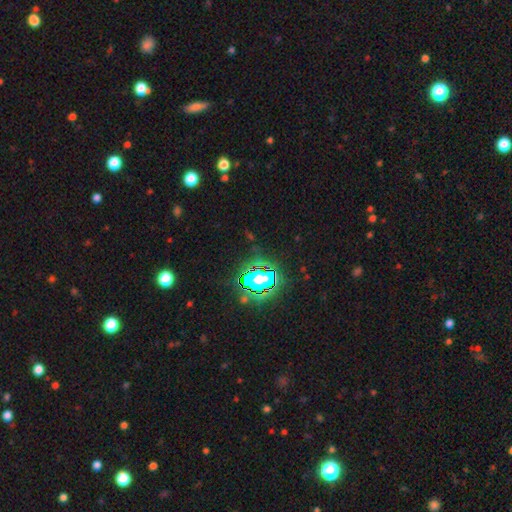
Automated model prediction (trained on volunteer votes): Smooth or featured? Predicted: star or artifact (p=0.79).